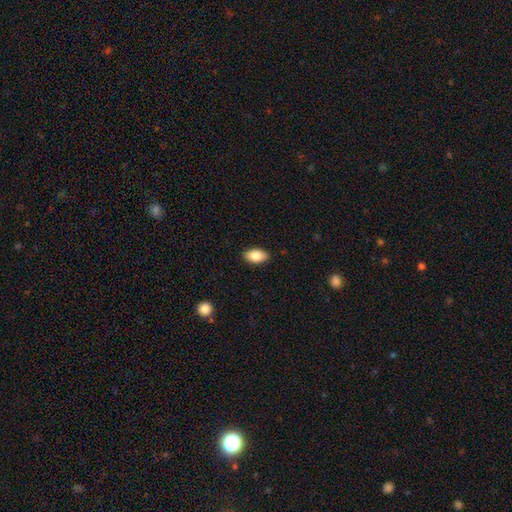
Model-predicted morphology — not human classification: Smooth or featured?
  - smooth: 84% *
  - featured or disk: 9%
  - star or artifact: 7%
How rounded?
  - in between: 92% *
  - round: 5%
  - cigar-shaped: 3%
Merging?
  - none: 89% *
  - minor disturbance: 9%
  - major disturbance: 2%
  - merger: 1%